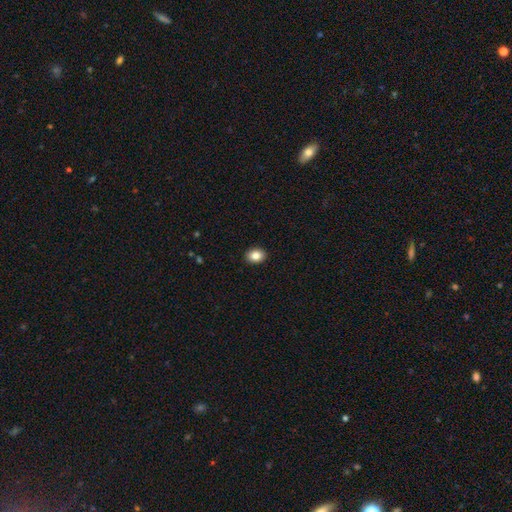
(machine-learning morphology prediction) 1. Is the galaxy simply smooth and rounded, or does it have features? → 85% smooth, 9% star or artifact, 6% featured or disk.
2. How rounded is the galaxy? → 64% in between, 35% round, 1% cigar-shaped.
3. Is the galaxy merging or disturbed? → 91% none, 6% minor disturbance, 2% major disturbance, 1% merger.